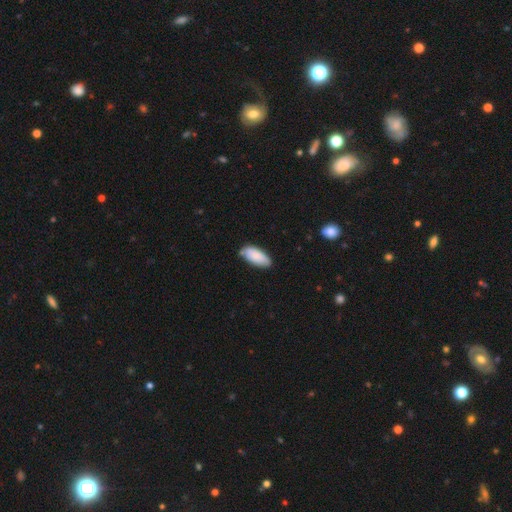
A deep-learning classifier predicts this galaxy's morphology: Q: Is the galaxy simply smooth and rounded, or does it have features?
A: smooth — 83%.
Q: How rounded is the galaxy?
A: in between — 87%.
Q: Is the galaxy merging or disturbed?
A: none — 71%.